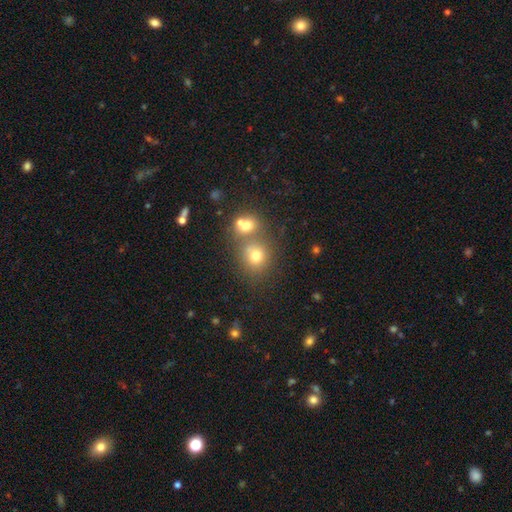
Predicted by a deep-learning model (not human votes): smooth 72%, star or artifact 17%, featured or disk 12%. Down the decision tree: how rounded — round (81%); merging — none (55%).